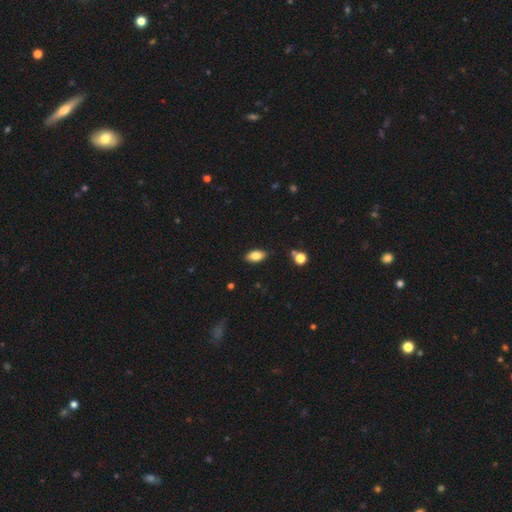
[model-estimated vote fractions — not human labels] Smooth or featured: smooth — 81% (featured or disk — 11%)
How rounded: in between — 91% (cigar-shaped — 5%)
Merging: none — 86% (minor disturbance — 10%)